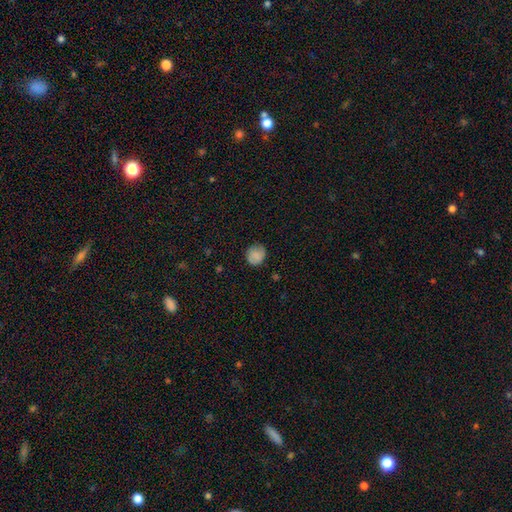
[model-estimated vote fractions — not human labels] Q: Smooth or featured?
A: smooth (78%); runner-up: featured or disk (13%)
Q: How rounded?
A: round (84%); runner-up: in between (15%)
Q: Merging?
A: none (80%); runner-up: minor disturbance (16%)